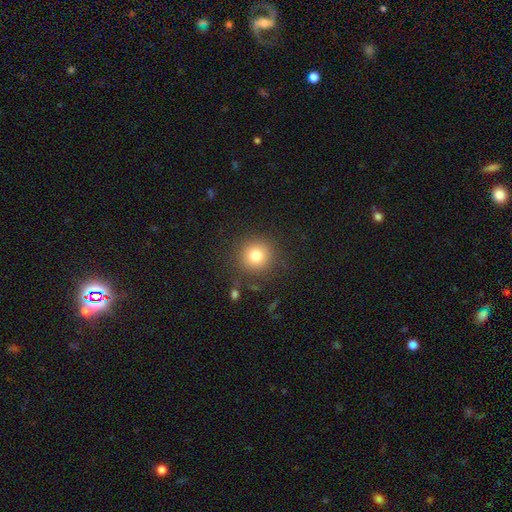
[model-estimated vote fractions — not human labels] Q: Smooth or featured?
A: smooth (79%); runner-up: star or artifact (12%)
Q: How rounded?
A: round (94%); runner-up: in between (5%)
Q: Merging?
A: none (87%); runner-up: minor disturbance (8%)